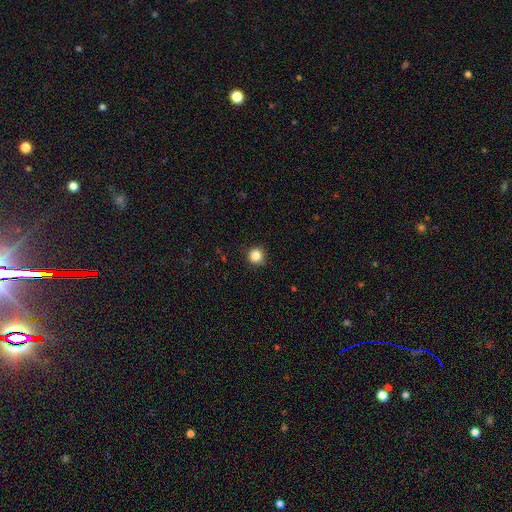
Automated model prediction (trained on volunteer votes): Smooth or featured? Predicted: smooth (p=0.85). How rounded? Predicted: round (p=0.94). Merging? Predicted: none (p=0.90).